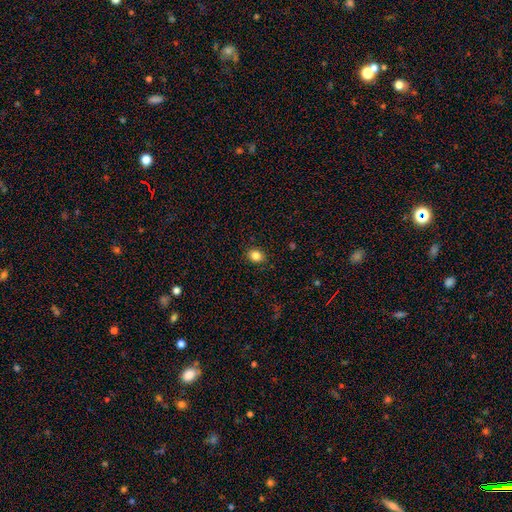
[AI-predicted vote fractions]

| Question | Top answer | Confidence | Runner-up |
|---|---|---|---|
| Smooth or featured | smooth | 85% | star or artifact (11%) |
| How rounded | round | 60% | in between (39%) |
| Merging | none | 89% | minor disturbance (8%) |